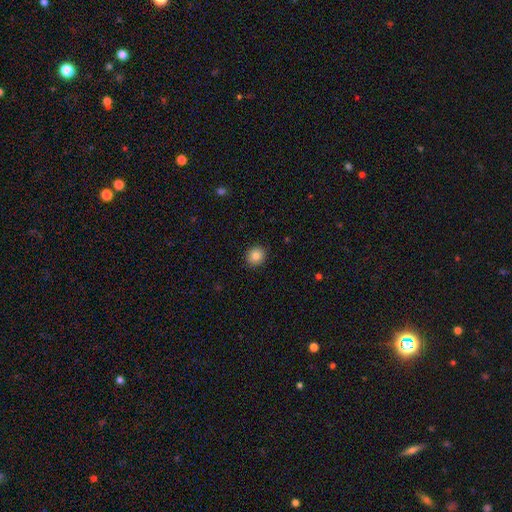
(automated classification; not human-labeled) Smooth or featured: smooth — 85% (star or artifact — 10%)
How rounded: round — 83% (in between — 16%)
Merging: none — 91% (minor disturbance — 6%)